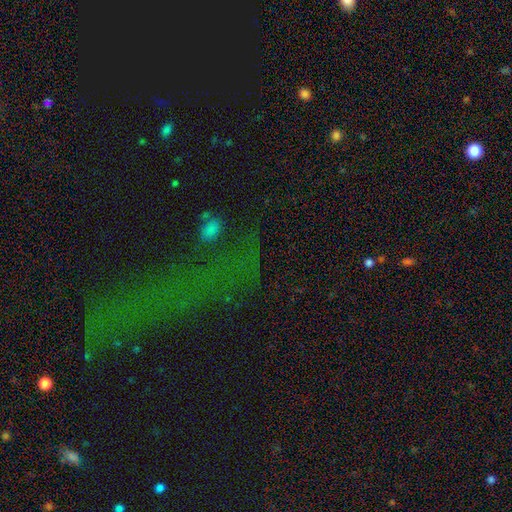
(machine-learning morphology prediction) The model was most divided on "smooth or featured": star or artifact: 68%, smooth: 19%, featured or disk: 13%.